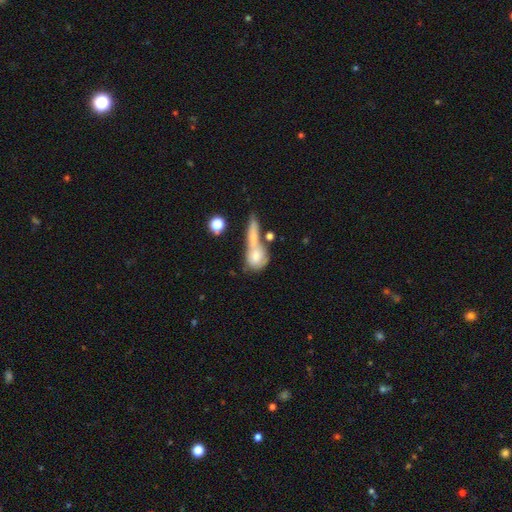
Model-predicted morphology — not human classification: Smooth or featured? smooth (64%)
How rounded? round (51%)
Merging? merger (46%)